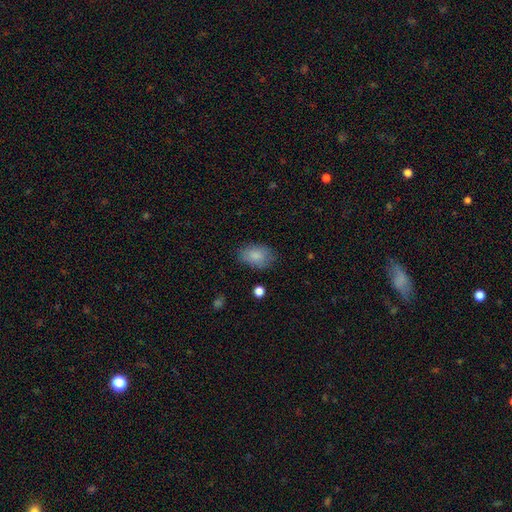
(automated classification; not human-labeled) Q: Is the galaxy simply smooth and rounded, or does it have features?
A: smooth — 86%.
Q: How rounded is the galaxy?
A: in between — 86%.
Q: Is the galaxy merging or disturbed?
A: none — 75%.